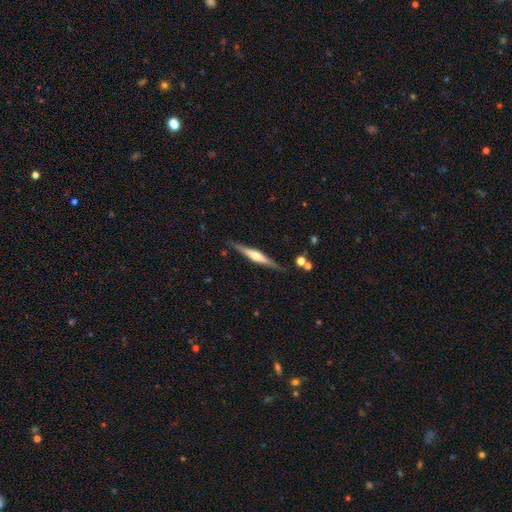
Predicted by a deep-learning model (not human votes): A featured or disk galaxy (67%) viewed edge-on (97%) with a rounded central bulge (80%). Merging: none (86%).